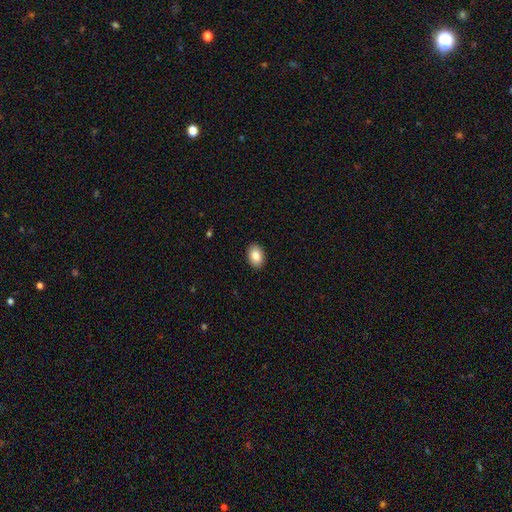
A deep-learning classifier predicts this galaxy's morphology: A smooth galaxy with no disk features (86%) that is in between round and cigar-shaped (82%). Merging: none (91%).